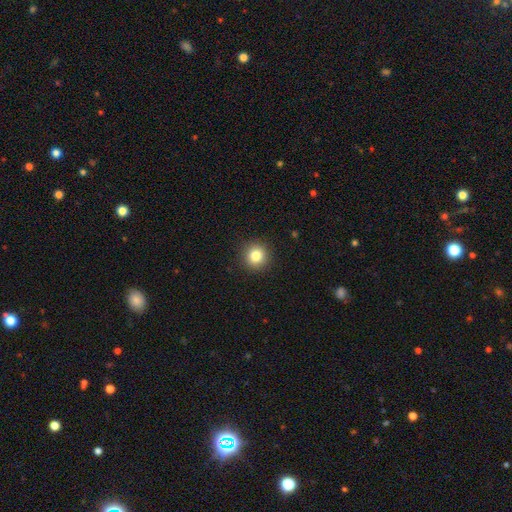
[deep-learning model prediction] Smooth or featured: smooth — 82% (star or artifact — 11%)
How rounded: round — 94% (in between — 5%)
Merging: none — 92% (minor disturbance — 5%)